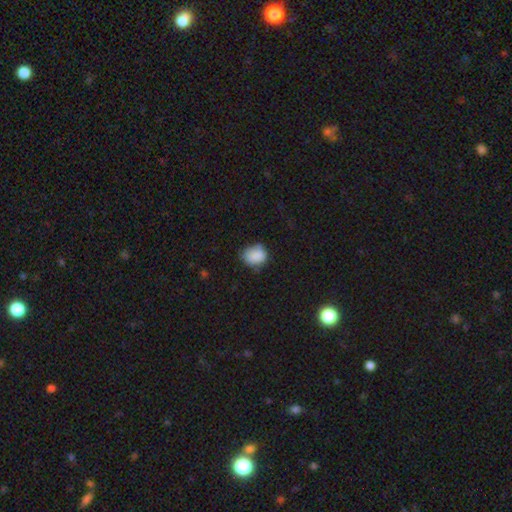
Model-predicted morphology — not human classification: smooth-or-featured: smooth: 85% | star or artifact: 9% | featured or disk: 6%
  how-rounded: in between: 53% | round: 46% | cigar-shaped: 1%
  merging: none: 61% | minor disturbance: 30% | major disturbance: 7% | merger: 3%